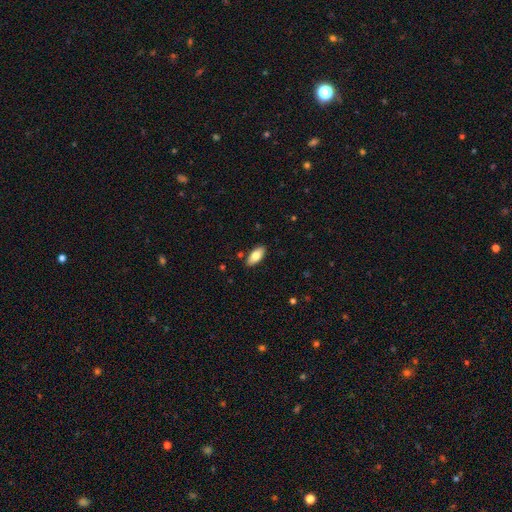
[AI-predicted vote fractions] This is likely a smooth galaxy (77%). How rounded: clearly in between (87%). Merging: clearly none (87%).